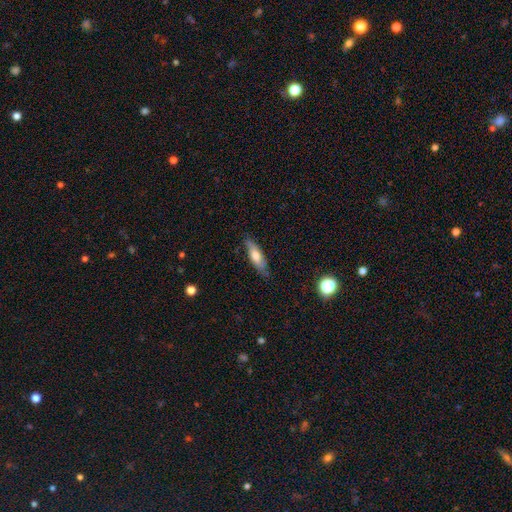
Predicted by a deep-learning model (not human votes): smooth 62%, featured or disk 32%, star or artifact 6%. Down the decision tree: how rounded — cigar-shaped (51%); merging — none (75%).